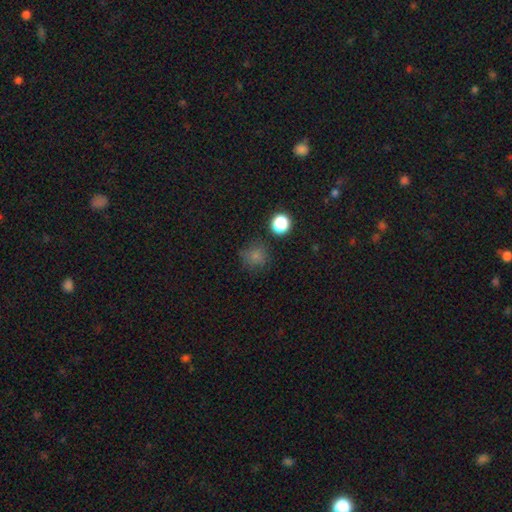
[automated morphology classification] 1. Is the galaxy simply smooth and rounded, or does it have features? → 76% smooth, 19% star or artifact, 5% featured or disk.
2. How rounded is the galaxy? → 90% round, 9% in between, 1% cigar-shaped.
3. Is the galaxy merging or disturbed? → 77% none, 14% minor disturbance, 5% major disturbance, 3% merger.